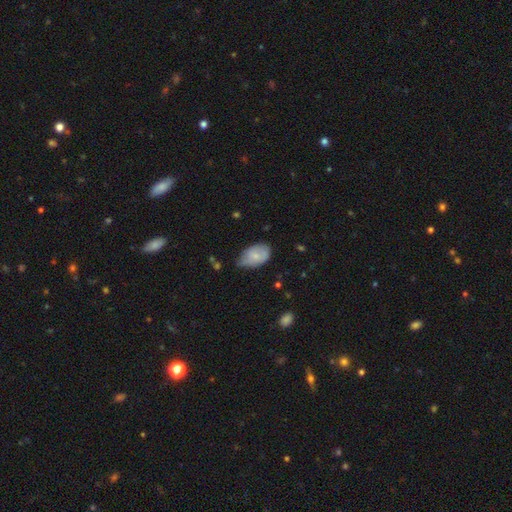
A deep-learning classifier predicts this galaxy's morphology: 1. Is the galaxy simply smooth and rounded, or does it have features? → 69% smooth, 24% featured or disk, 7% star or artifact.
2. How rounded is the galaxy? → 90% in between, 8% round, 1% cigar-shaped.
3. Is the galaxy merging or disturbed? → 46% minor disturbance, 41% none, 10% major disturbance, 2% merger.